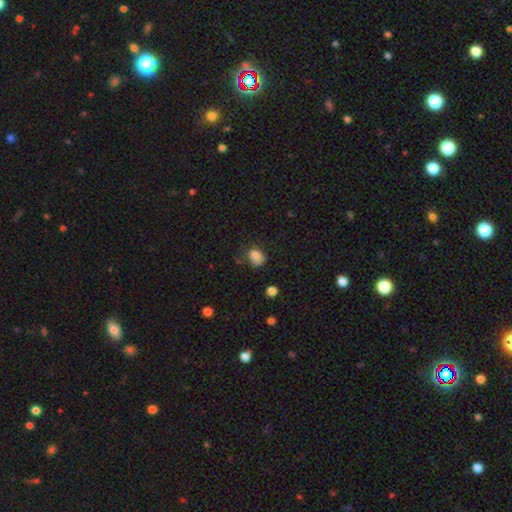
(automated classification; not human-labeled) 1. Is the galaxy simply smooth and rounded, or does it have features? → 84% smooth, 10% star or artifact, 6% featured or disk.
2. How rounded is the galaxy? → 58% in between, 41% round, 1% cigar-shaped.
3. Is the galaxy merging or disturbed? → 56% none, 30% minor disturbance, 11% major disturbance, 3% merger.